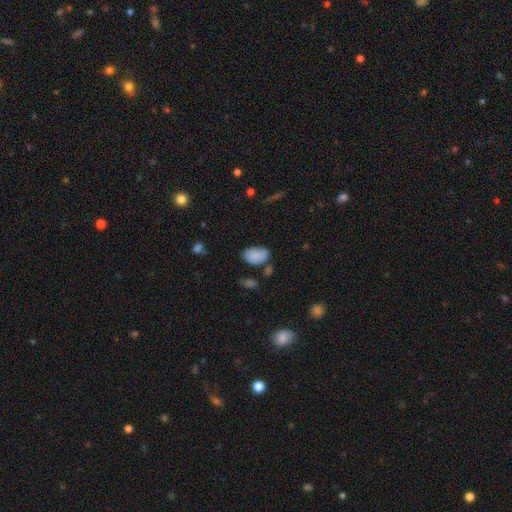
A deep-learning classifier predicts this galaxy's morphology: smooth_or_featured: smooth (p=0.81) [alt: featured or disk p=0.11]
how_rounded: in between (p=0.88) [alt: round p=0.11]
merging: none (p=0.63) [alt: minor disturbance p=0.23]